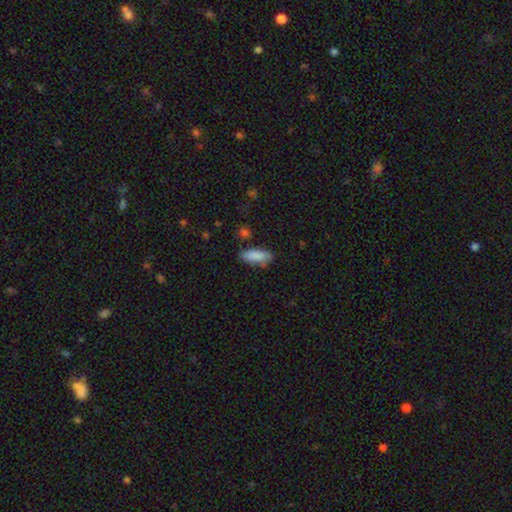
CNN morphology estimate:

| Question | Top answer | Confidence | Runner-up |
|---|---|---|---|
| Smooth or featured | smooth | 87% | star or artifact (7%) |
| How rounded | in between | 78% | cigar-shaped (20%) |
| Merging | none | 76% | minor disturbance (17%) |